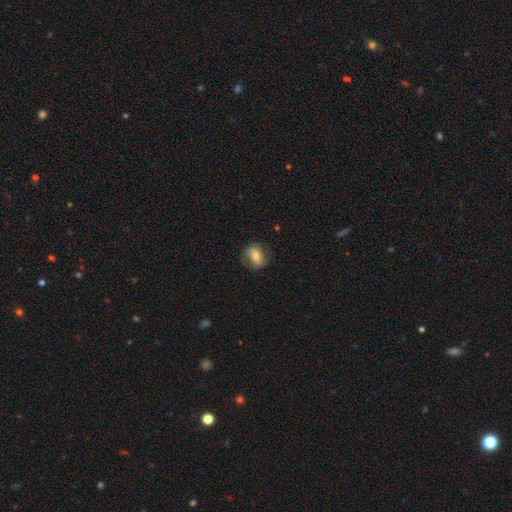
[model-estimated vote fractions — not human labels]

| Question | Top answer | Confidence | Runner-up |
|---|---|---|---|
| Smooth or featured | smooth | 60% | featured or disk (32%) |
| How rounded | in between | 66% | round (30%) |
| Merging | none | 71% | minor disturbance (20%) |